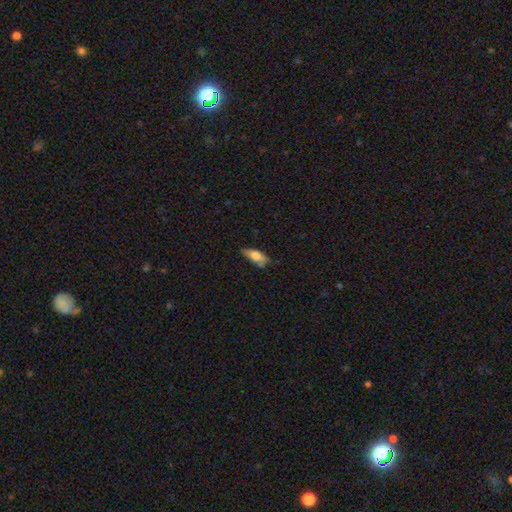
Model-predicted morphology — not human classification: smooth 70%, featured or disk 23%, star or artifact 7%. Down the decision tree: how rounded — in between (67%); merging — none (60%).